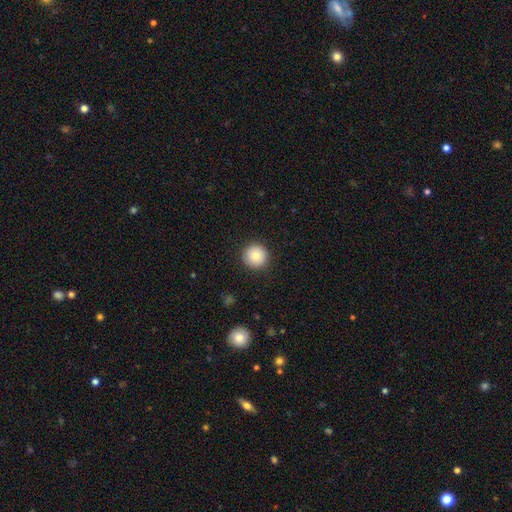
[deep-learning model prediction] Smooth or featured?
  - smooth: 82% *
  - featured or disk: 9%
  - star or artifact: 9%
How rounded?
  - round: 96% *
  - in between: 3%
  - cigar-shaped: 1%
Merging?
  - none: 92% *
  - minor disturbance: 6%
  - major disturbance: 2%
  - merger: 1%